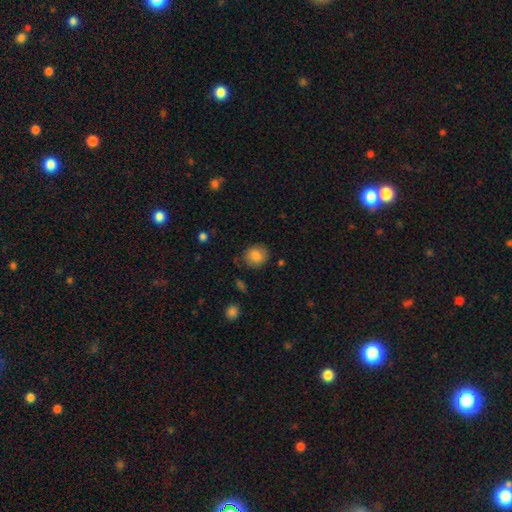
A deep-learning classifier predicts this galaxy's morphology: type=smooth (84%); roundness=round (81%); merging=none (83%).